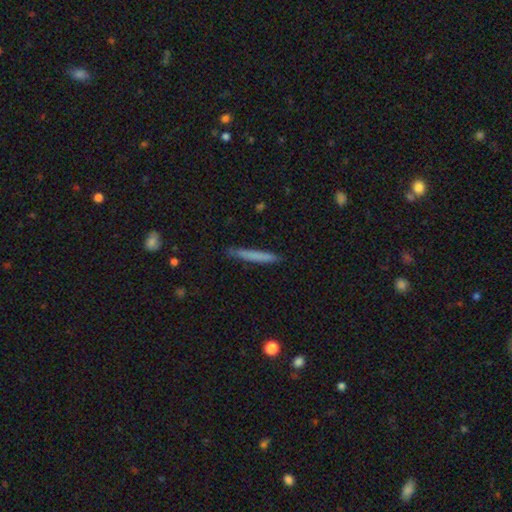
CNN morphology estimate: smooth-or-featured: smooth: 73% | featured or disk: 21% | star or artifact: 6%
  how-rounded: cigar-shaped: 96% | in between: 3% | round: 1%
  merging: none: 85% | minor disturbance: 11% | major disturbance: 2% | merger: 1%